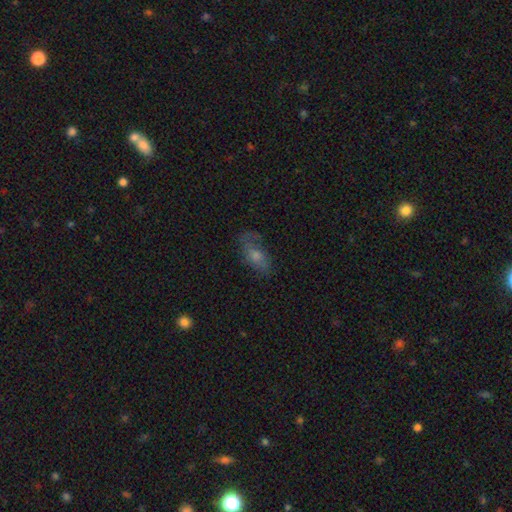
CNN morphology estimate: The model was most divided on "smooth or featured": smooth: 49%, featured or disk: 37%, star or artifact: 14%. More confident: merging — none (62%).